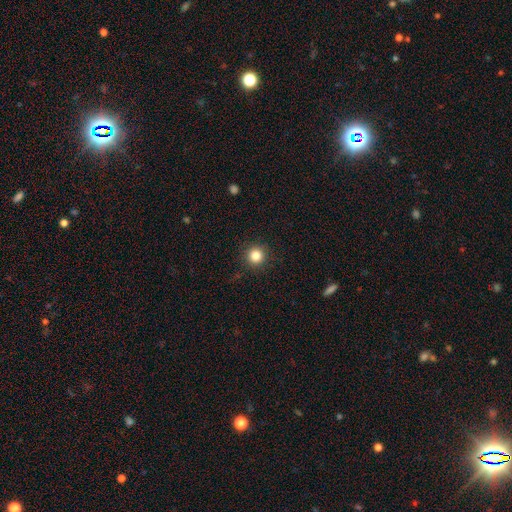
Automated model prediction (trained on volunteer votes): This is clearly a smooth galaxy (84%). How rounded: clearly round (95%). Merging: clearly none (91%).